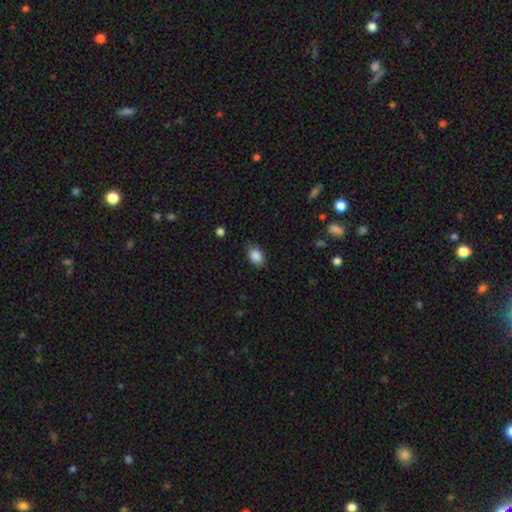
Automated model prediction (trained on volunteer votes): Smooth or featured: smooth — 88% (star or artifact — 8%)
How rounded: in between — 80% (round — 18%)
Merging: none — 79% (minor disturbance — 17%)